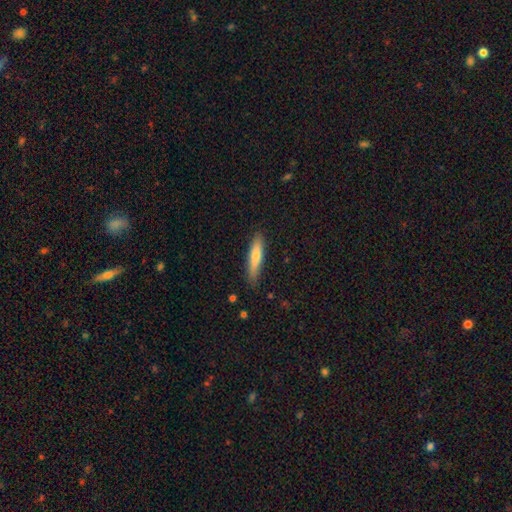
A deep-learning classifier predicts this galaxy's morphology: type=smooth (67%); roundness=cigar-shaped (87%); merging=none (83%).